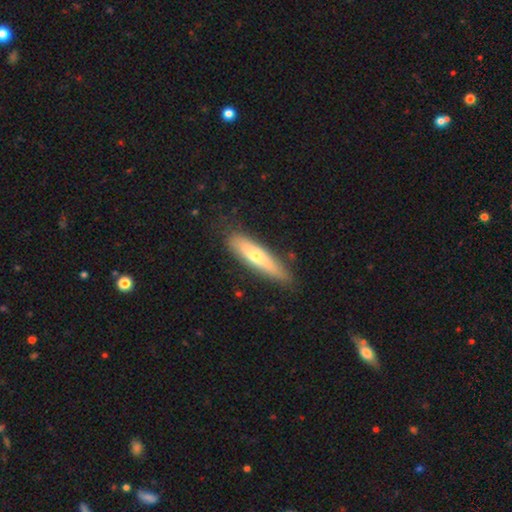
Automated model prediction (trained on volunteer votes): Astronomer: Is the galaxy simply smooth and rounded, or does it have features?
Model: smooth — 55% (runner-up: featured or disk, 39%).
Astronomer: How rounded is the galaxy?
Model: cigar-shaped — 78%.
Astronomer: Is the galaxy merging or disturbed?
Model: none — 80%.